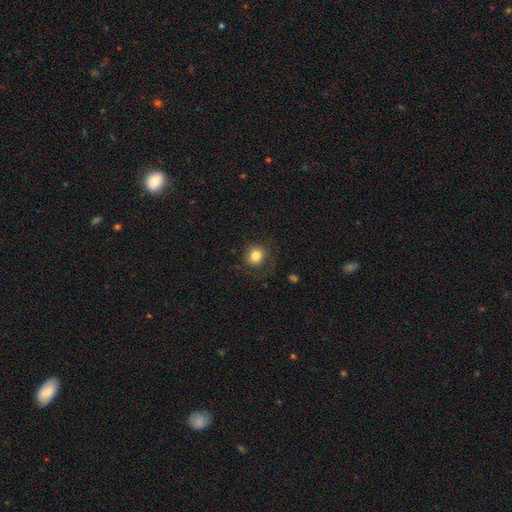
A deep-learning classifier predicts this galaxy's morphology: This is likely a smooth galaxy (80%). How rounded: clearly round (86%). Merging: likely none (70%).